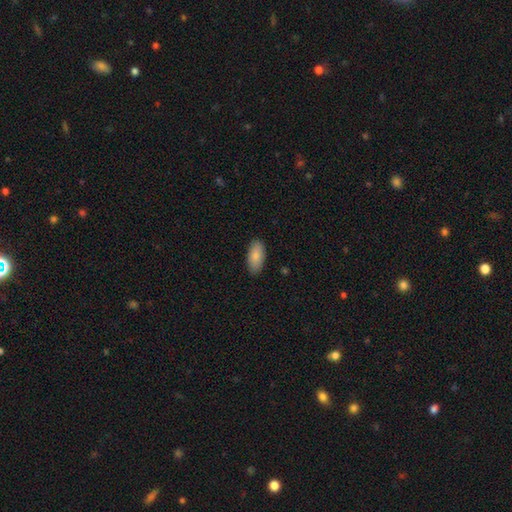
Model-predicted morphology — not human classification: The model was most divided on "smooth or featured": smooth: 85%, featured or disk: 9%, star or artifact: 6%. More confident: how rounded — in between (92%); merging — none (88%).